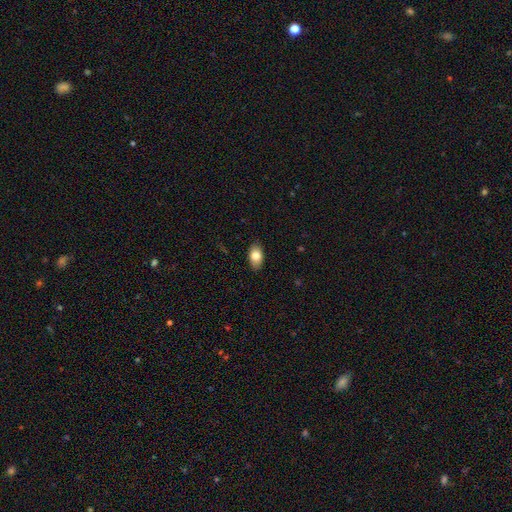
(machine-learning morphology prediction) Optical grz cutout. It shows a smooth galaxy with no disk features (79%) that is in between round and cigar-shaped (90%). Merging: none (87%).